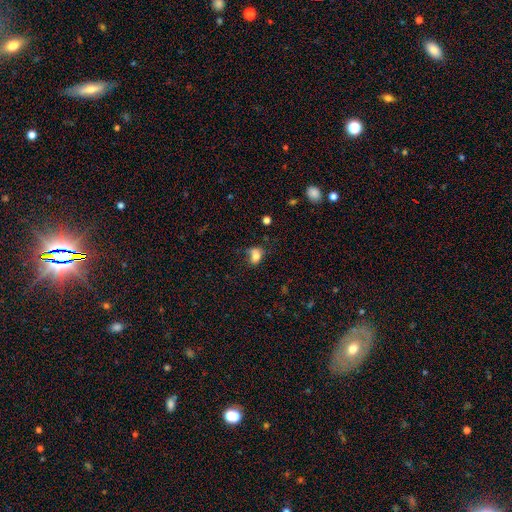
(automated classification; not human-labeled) Smooth or featured: smooth — 77% (featured or disk — 12%)
How rounded: in between — 68% (round — 31%)
Merging: none — 43% (minor disturbance — 31%)